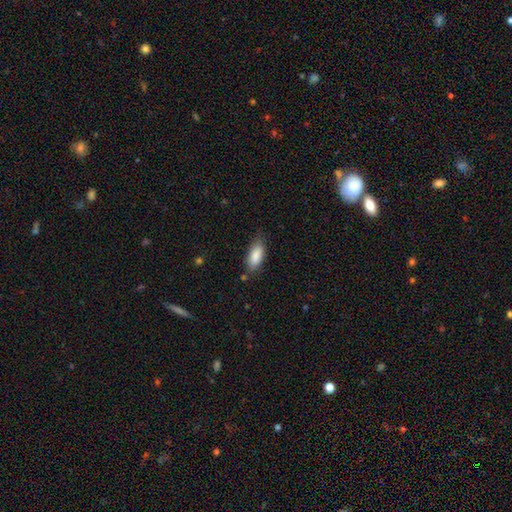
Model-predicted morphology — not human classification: Smooth or featured?
  - smooth: 87% *
  - featured or disk: 7%
  - star or artifact: 6%
How rounded?
  - in between: 78% *
  - cigar-shaped: 20%
  - round: 2%
Merging?
  - none: 71% *
  - minor disturbance: 22%
  - major disturbance: 4%
  - merger: 3%